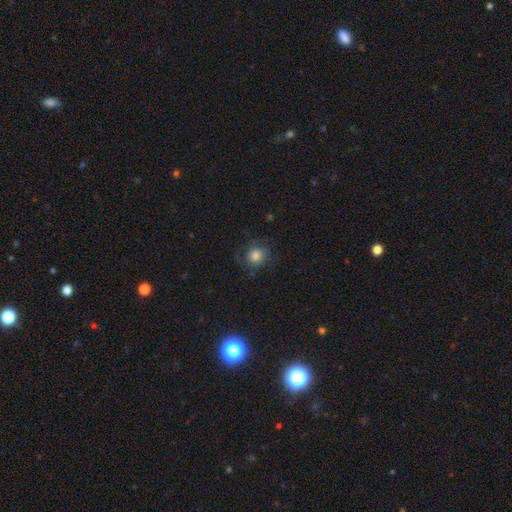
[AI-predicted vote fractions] Overall: smooth (74%). How rounded: round (87%). Merging: none (70%).